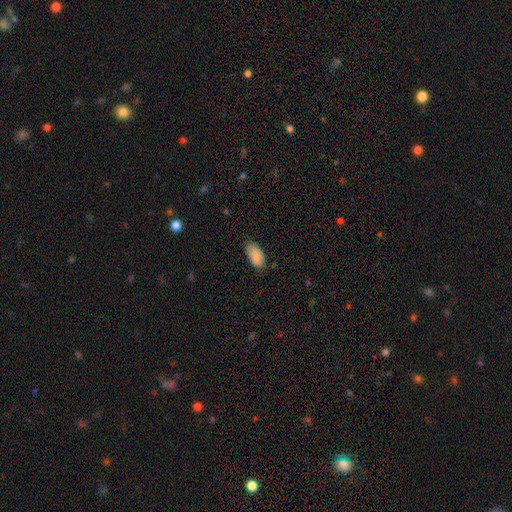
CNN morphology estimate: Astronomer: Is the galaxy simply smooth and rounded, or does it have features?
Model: smooth — 88%.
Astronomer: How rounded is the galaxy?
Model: in between — 94%.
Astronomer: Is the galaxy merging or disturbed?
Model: none — 77%.